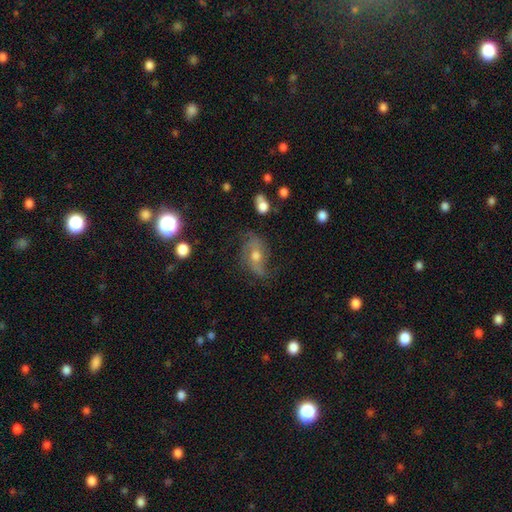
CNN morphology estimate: This is likely a featured or disk galaxy (64%). It is clearly not viewed edge-on (92%). Bar: possibly no (59%). Spiral arm pattern: clearly yes (86%). Spiral arm count: likely 2 (68%). Spiral winding: possibly loose (51%). Central bulge: likely moderate (69%). Merging: likely none (61%).